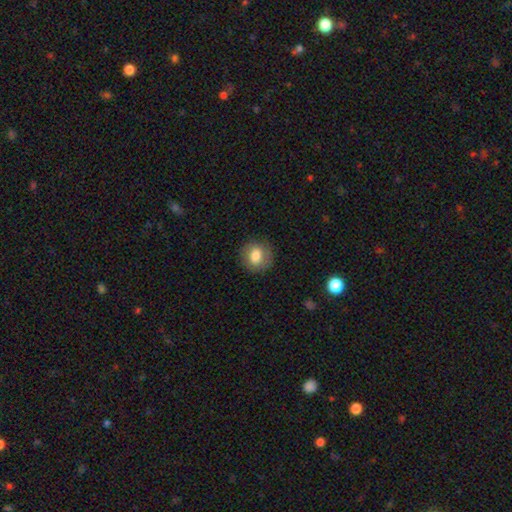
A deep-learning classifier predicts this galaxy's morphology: smooth-or-featured: smooth: 80% | featured or disk: 11% | star or artifact: 8%
  how-rounded: round: 75% | in between: 24% | cigar-shaped: 1%
  merging: none: 85% | minor disturbance: 10% | major disturbance: 3% | merger: 1%